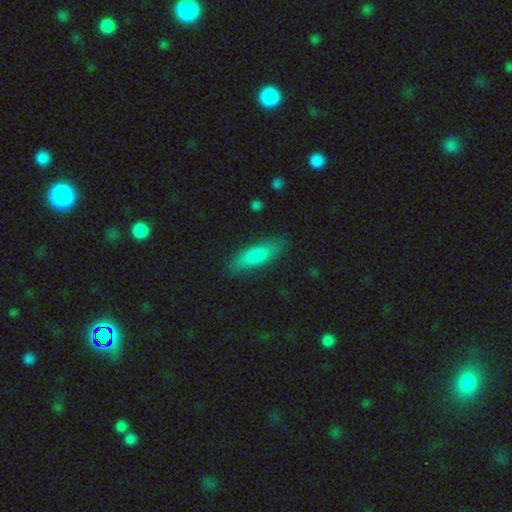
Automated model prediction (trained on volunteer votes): Smooth or featured: smooth — 77% (featured or disk — 16%)
How rounded: cigar-shaped — 50% (in between — 48%)
Merging: none — 81% (minor disturbance — 14%)